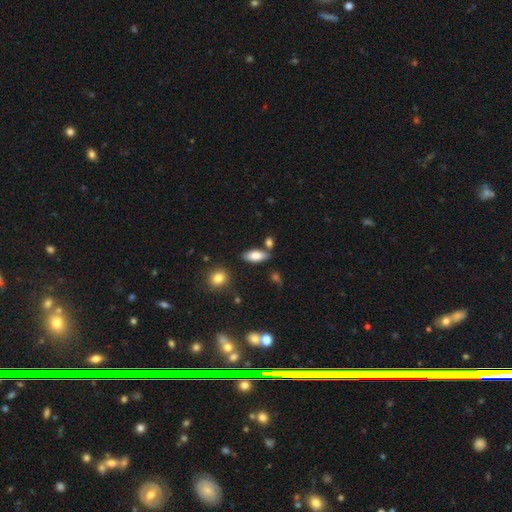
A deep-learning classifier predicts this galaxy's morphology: smooth_or_featured: smooth (p=0.81) [alt: featured or disk p=0.12]
how_rounded: in between (p=0.84) [alt: cigar-shaped p=0.13]
merging: none (p=0.76) [alt: minor disturbance p=0.12]